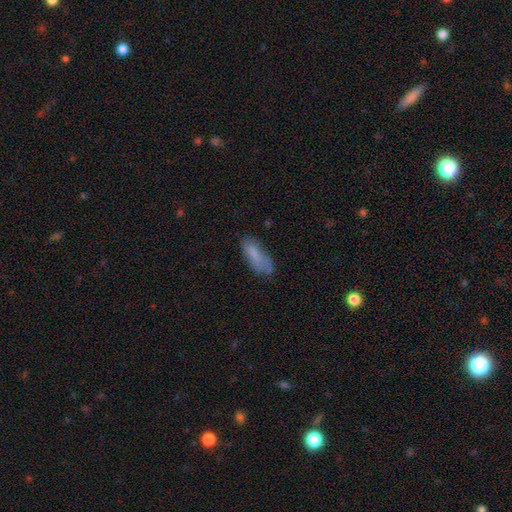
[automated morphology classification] smooth-or-featured: smooth: 73% | featured or disk: 18% | star or artifact: 9%
  how-rounded: in between: 71% | cigar-shaped: 27% | round: 2%
  merging: none: 53% | minor disturbance: 29% | major disturbance: 13% | merger: 5%